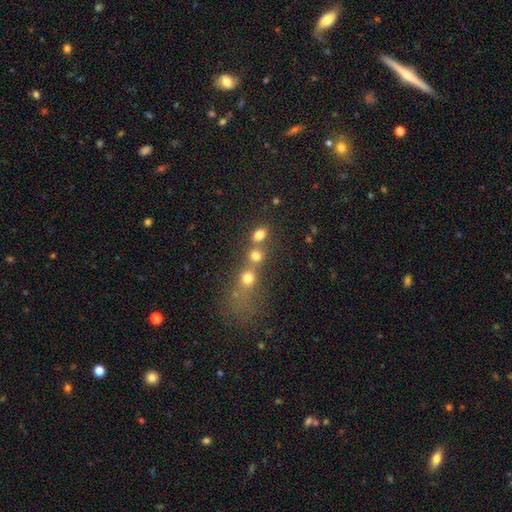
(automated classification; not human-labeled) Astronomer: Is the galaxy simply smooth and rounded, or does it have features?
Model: smooth — 74%.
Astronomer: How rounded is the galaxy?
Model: round — 60% (runner-up: in between, 37%).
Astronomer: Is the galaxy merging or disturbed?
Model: merger — 49% (runner-up: none, 40%).